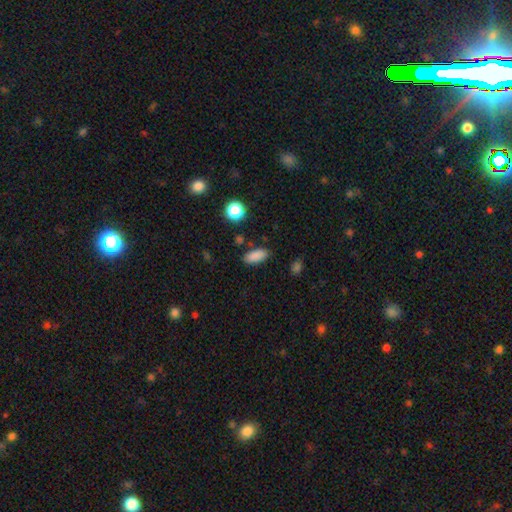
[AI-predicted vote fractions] Overall: smooth (86%). How rounded: in between (82%). Merging: none (85%).